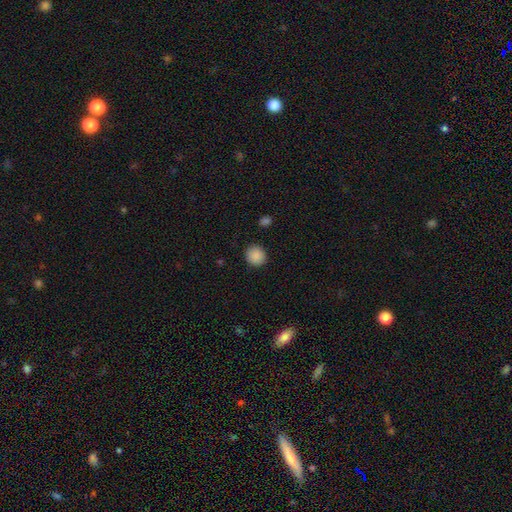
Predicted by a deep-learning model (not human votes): Smooth or featured? smooth (89%)
How rounded? round (88%)
Merging? none (91%)